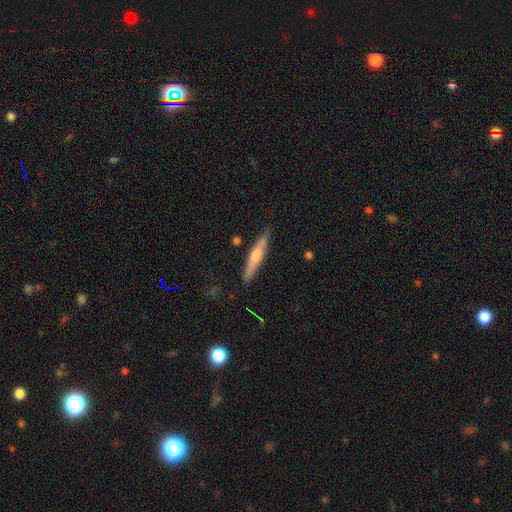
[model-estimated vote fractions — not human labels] Smooth or featured? Predicted: featured or disk (p=0.55). Edge-on disk? Predicted: yes (p=0.96). Edge-on bulge? Predicted: rounded (p=0.81). Merging? Predicted: none (p=0.87).